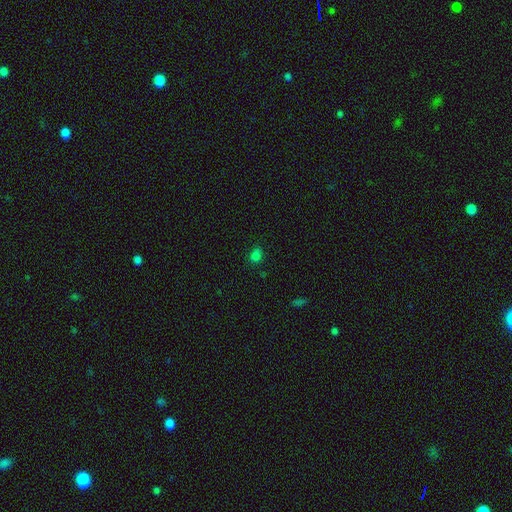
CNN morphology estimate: type=smooth (74%); roundness=in between (52%); merging=none (76%).